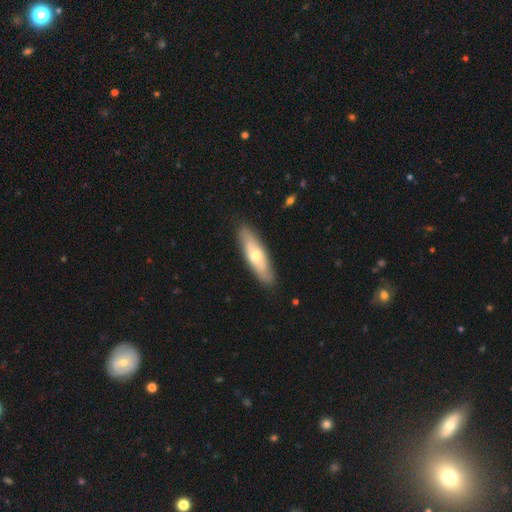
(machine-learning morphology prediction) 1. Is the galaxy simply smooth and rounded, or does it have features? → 48% smooth, 47% featured or disk, 5% star or artifact.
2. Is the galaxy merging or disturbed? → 86% none, 11% minor disturbance, 2% major disturbance, 1% merger.